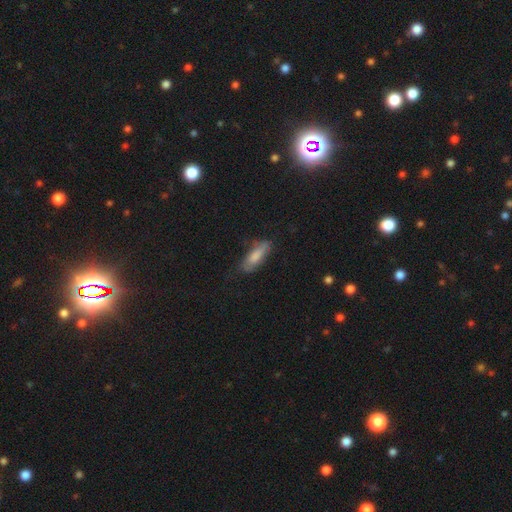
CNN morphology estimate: Smooth or featured?
  - smooth: 73% *
  - featured or disk: 20%
  - star or artifact: 7%
How rounded?
  - in between: 57% *
  - cigar-shaped: 41%
  - round: 2%
Merging?
  - none: 64% *
  - minor disturbance: 25%
  - major disturbance: 9%
  - merger: 2%